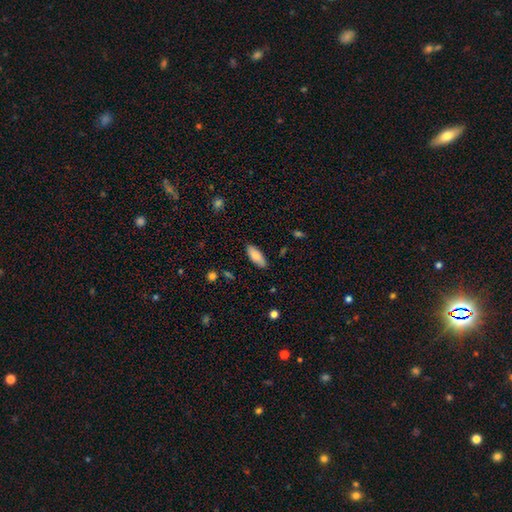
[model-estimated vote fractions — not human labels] Q: Smooth or featured?
A: smooth (83%); runner-up: featured or disk (11%)
Q: How rounded?
A: in between (79%); runner-up: cigar-shaped (19%)
Q: Merging?
A: none (86%); runner-up: minor disturbance (11%)